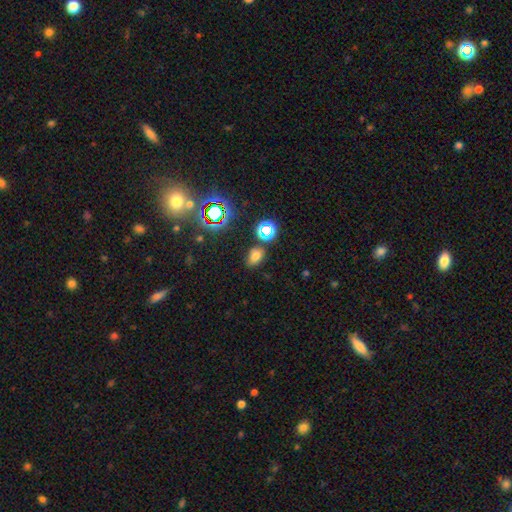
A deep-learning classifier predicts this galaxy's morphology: Smooth or featured?
  - smooth: 67% *
  - star or artifact: 25%
  - featured or disk: 8%
How rounded?
  - in between: 79% *
  - round: 19%
  - cigar-shaped: 2%
Merging?
  - none: 78% *
  - minor disturbance: 13%
  - merger: 5%
  - major disturbance: 4%